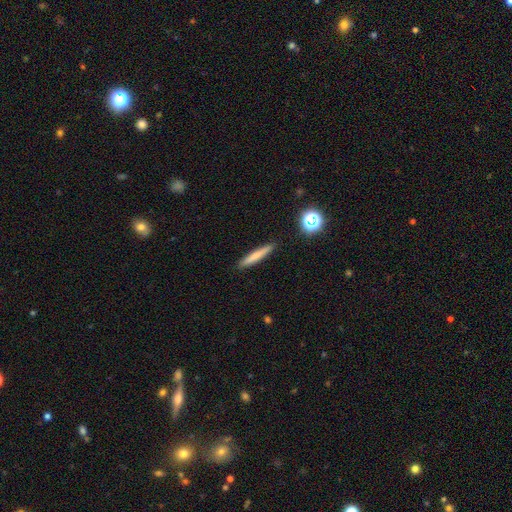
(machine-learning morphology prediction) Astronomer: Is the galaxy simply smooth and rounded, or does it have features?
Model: smooth — 71%.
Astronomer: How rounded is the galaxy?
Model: cigar-shaped — 94%.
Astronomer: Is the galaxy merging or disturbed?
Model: none — 91%.